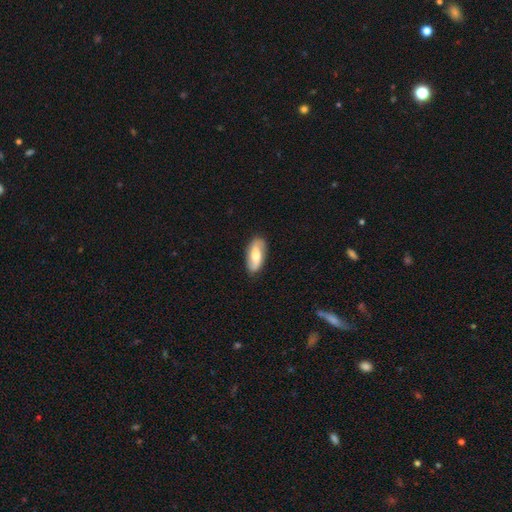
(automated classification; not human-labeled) Overall: smooth (48%; featured or disk 46%). Merging: none (85%).